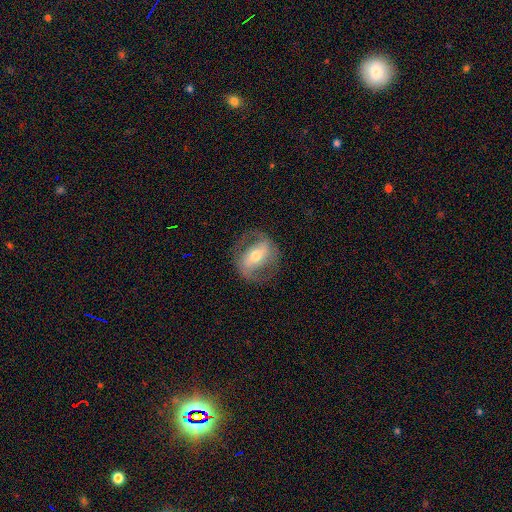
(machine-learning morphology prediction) This is likely a featured or disk galaxy (73%). It is clearly not viewed edge-on (93%). Bar: possibly strong (51%). Spiral arm pattern: likely yes (72%). Central bulge: likely moderate (63%). Merging: likely none (77%).